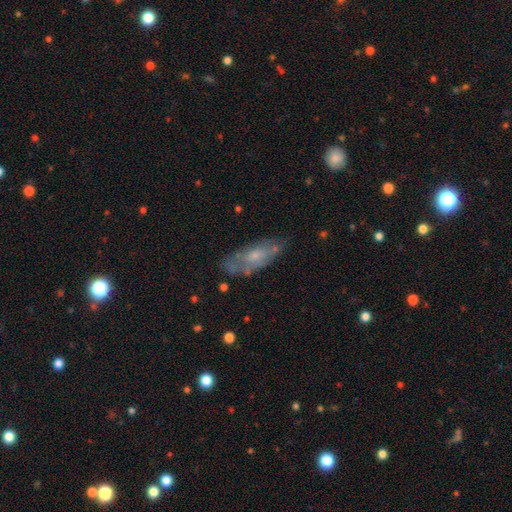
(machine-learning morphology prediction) Smooth or featured? smooth (47%)
Merging? none (59%)